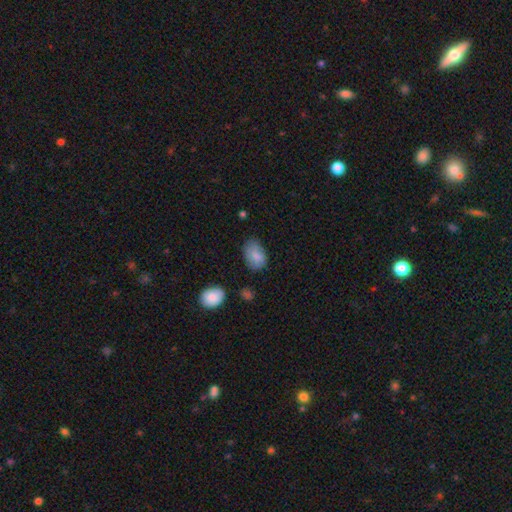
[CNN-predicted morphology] This appears to be a smooth galaxy with no disk features (83%) that is in between round and cigar-shaped (86%). Merging: none (65%).